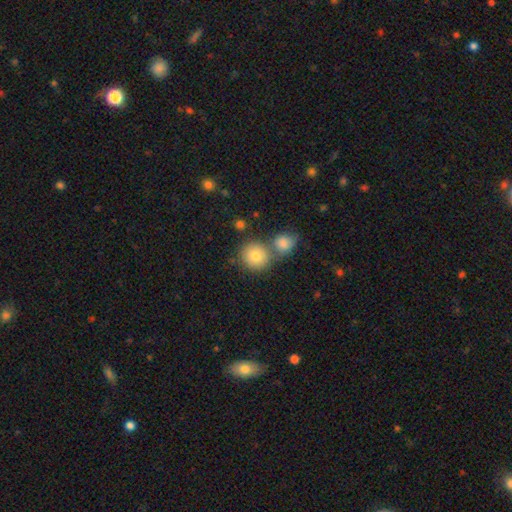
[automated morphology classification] A smooth galaxy with no disk features (80%) that is round (90%).

Vote fractions:
- Smooth or featured? smooth: 80% / star or artifact: 10% / featured or disk: 10%
- How rounded? round: 90% / in between: 9% / cigar-shaped: 1%
- Merging? none: 57% / merger: 32% / minor disturbance: 8% / major disturbance: 3%